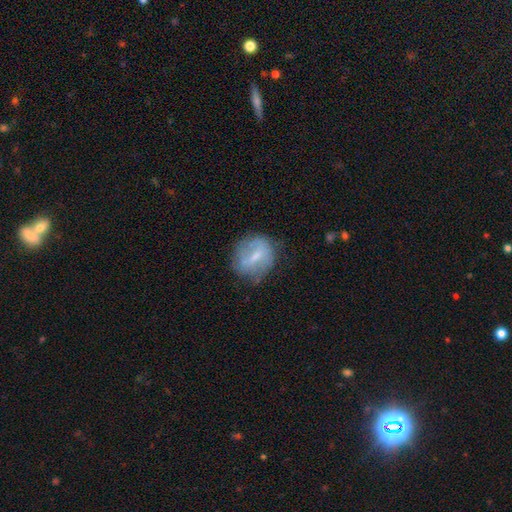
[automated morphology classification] This appears to be a featured or disk galaxy (49%). Merging: none (59%).